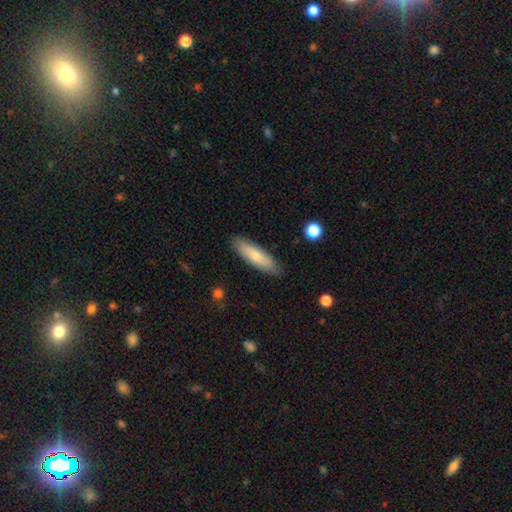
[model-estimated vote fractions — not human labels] Smooth or featured? smooth (72%)
How rounded? cigar-shaped (64%)
Merging? none (87%)